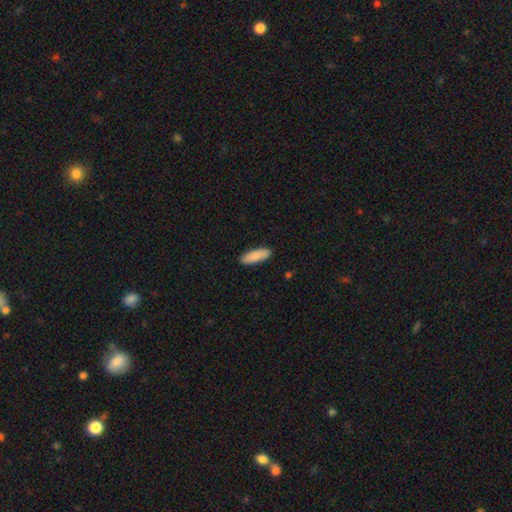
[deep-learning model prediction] Smooth or featured? smooth (89%)
How rounded? in between (54%)
Merging? none (90%)